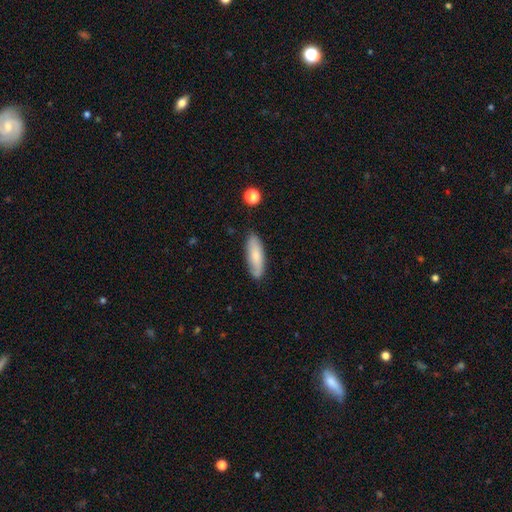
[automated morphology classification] Smooth or featured?
  - smooth: 74% *
  - featured or disk: 20%
  - star or artifact: 6%
How rounded?
  - in between: 58% *
  - cigar-shaped: 40%
  - round: 2%
Merging?
  - none: 81% *
  - minor disturbance: 15%
  - major disturbance: 3%
  - merger: 2%